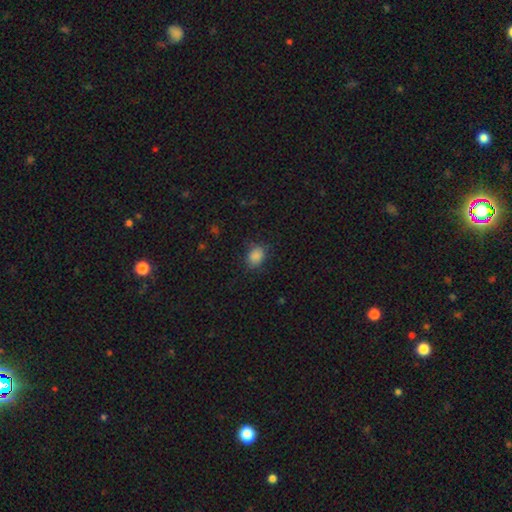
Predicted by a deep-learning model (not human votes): Q: Smooth or featured?
A: smooth (85%); runner-up: star or artifact (10%)
Q: How rounded?
A: in between (66%); runner-up: round (33%)
Q: Merging?
A: none (78%); runner-up: minor disturbance (16%)